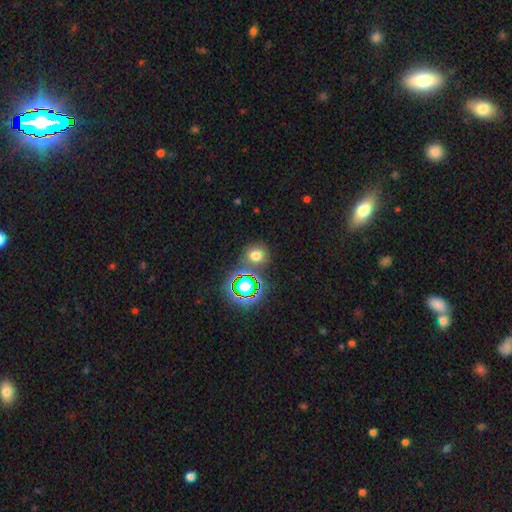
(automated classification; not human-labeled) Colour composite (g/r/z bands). It shows a smooth galaxy with no disk features (64%) that is round (76%). Merging: none (75%).